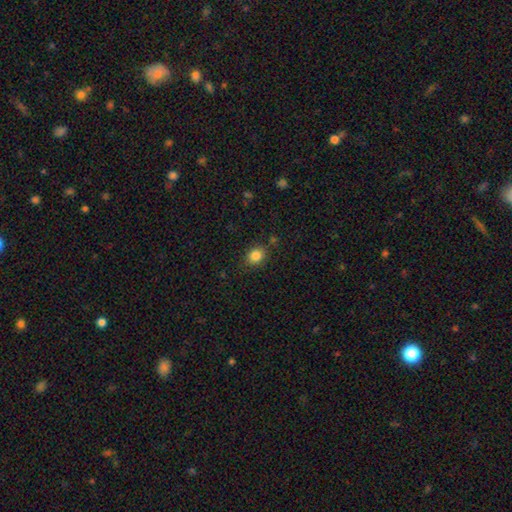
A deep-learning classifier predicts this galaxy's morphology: smooth 84%, star or artifact 11%, featured or disk 5%. Down the decision tree: how rounded — round (64%); merging — none (82%).